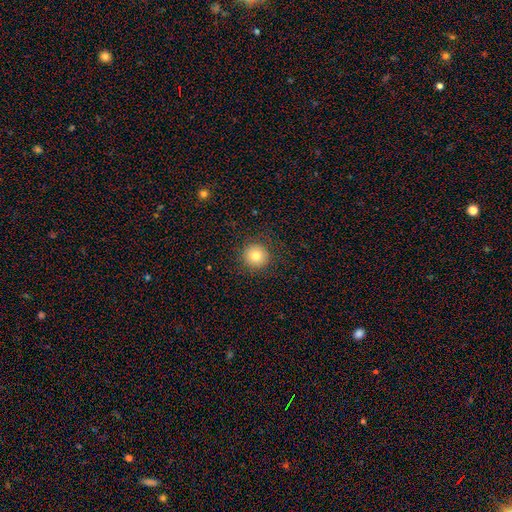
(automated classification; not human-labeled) This is clearly a smooth galaxy (81%). How rounded: clearly round (95%). Merging: clearly none (90%).